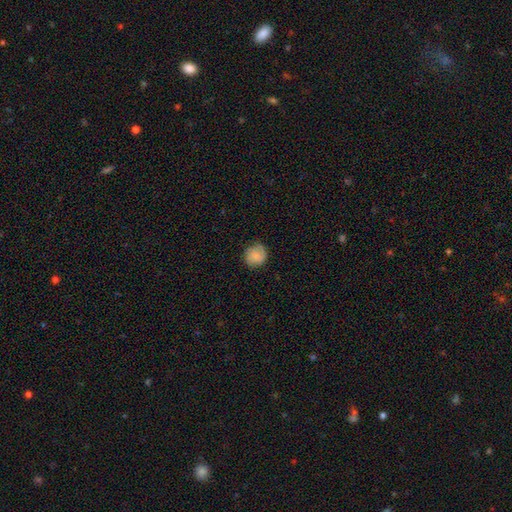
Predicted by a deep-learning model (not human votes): The model was most divided on "merging": none: 77%, minor disturbance: 18%, major disturbance: 4%, merger: 1%. More confident: how rounded — round (89%); smooth or featured — smooth (80%).